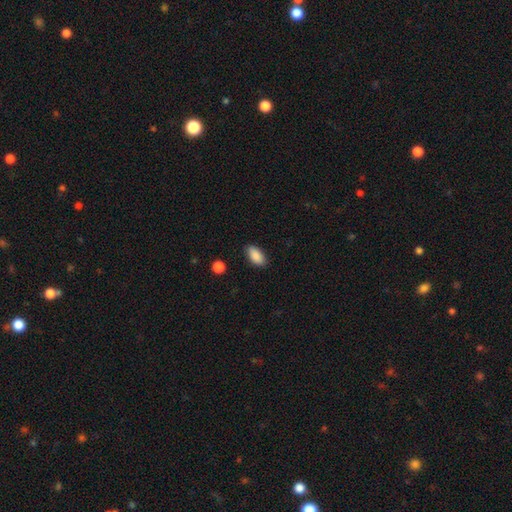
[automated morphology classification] smooth_or_featured: smooth (p=0.89) [alt: star or artifact p=0.07]
how_rounded: in between (p=0.91) [alt: cigar-shaped p=0.06]
merging: none (p=0.87) [alt: minor disturbance p=0.10]